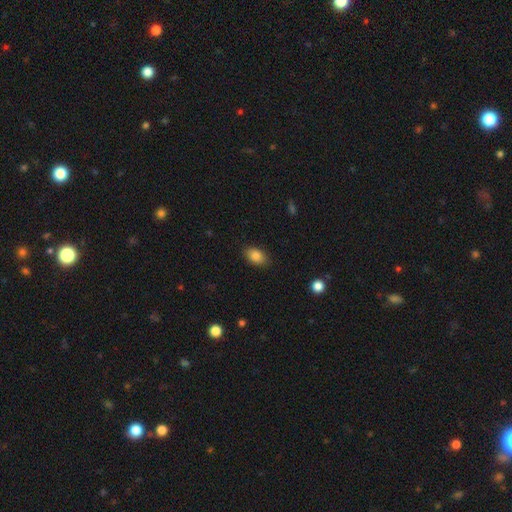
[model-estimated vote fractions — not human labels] The model was most divided on "merging": none: 85%, minor disturbance: 12%, major disturbance: 3%, merger: 1%. More confident: how rounded — in between (86%); smooth or featured — smooth (84%).